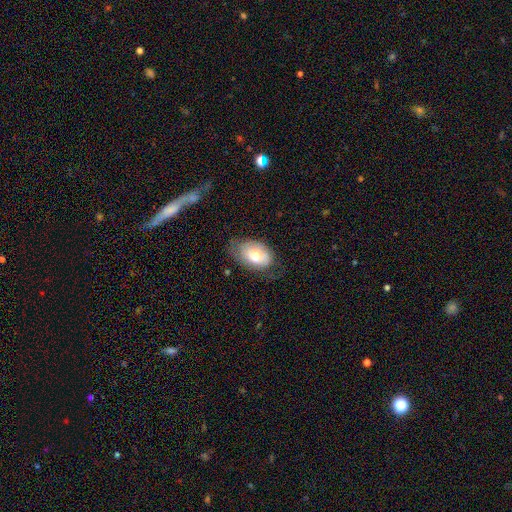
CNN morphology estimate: Smooth or featured: smooth — 69% (featured or disk — 24%)
How rounded: in between — 90% (round — 9%)
Merging: none — 54% (minor disturbance — 31%)